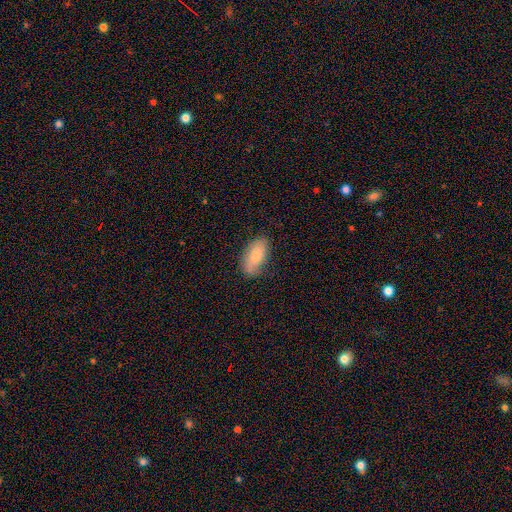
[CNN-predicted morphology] Smooth or featured? smooth (75%)
How rounded? in between (92%)
Merging? none (73%)